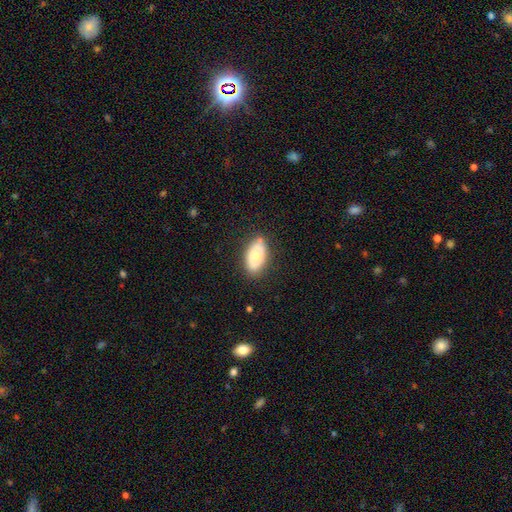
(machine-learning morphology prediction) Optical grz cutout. It shows a smooth galaxy with no disk features (65%) that is in between round and cigar-shaped (93%). Merging: none (78%).